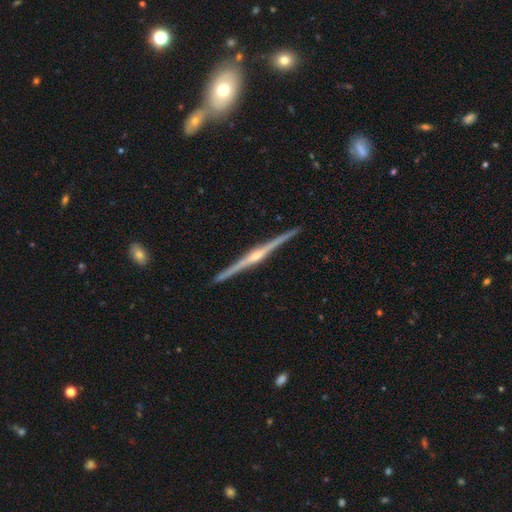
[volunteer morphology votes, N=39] Volunteers were most divided on "edge-on bulge": rounded: 76%, boxy: 18%, none: 5%. More confident: edge-on disk — yes (100%); smooth or featured — featured or disk (97%); merging — none (97%).